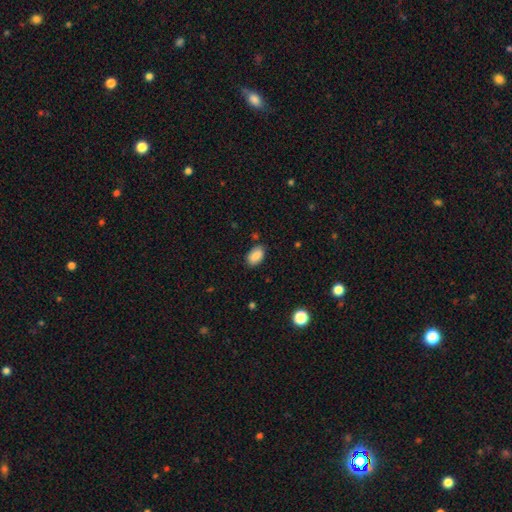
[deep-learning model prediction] smooth_or_featured: smooth (p=0.88) [alt: star or artifact p=0.08]
how_rounded: in between (p=0.92) [alt: round p=0.07]
merging: none (p=0.82) [alt: minor disturbance p=0.13]